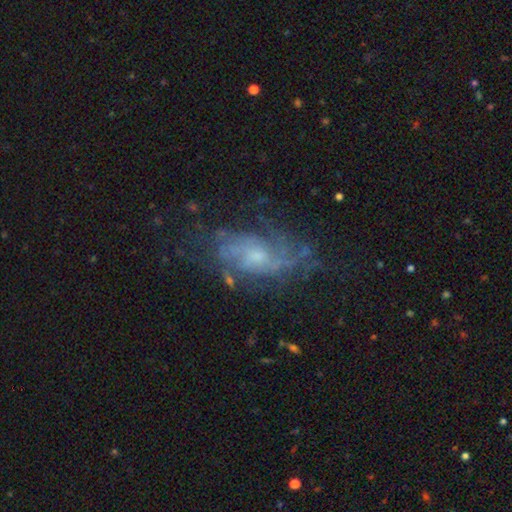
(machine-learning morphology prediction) Smooth or featured? featured or disk (76%)
Edge-on disk? no (93%)
Bar? no (67%)
Spiral arms? yes (85%)
Spiral winding? medium (42%)
Spiral arm count? can't tell (40%)
Bulge size? small (48%)
Merging? none (63%)